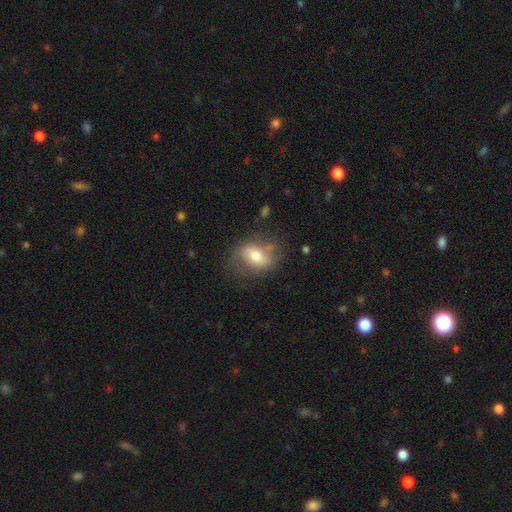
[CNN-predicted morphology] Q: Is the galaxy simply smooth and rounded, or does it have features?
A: smooth — 58%.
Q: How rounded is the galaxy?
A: in between — 78%.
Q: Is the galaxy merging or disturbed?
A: none — 61%.